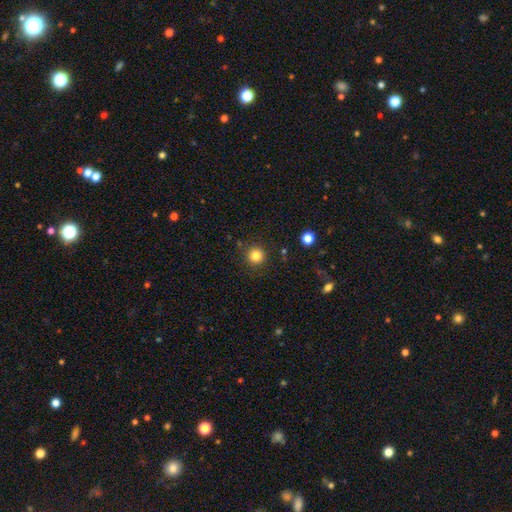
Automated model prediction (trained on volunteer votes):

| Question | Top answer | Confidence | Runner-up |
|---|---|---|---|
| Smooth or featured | smooth | 83% | star or artifact (12%) |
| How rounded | round | 95% | in between (4%) |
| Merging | none | 89% | minor disturbance (7%) |